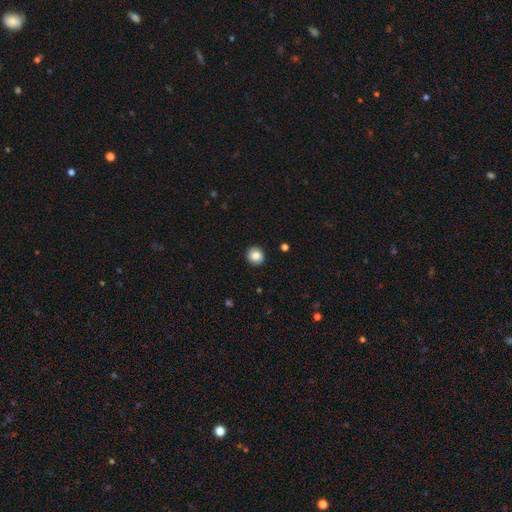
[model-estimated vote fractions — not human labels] smooth-or-featured: smooth: 86% | star or artifact: 9% | featured or disk: 5%
  how-rounded: round: 90% | in between: 9% | cigar-shaped: 1%
  merging: none: 92% | minor disturbance: 5% | major disturbance: 2% | merger: 1%